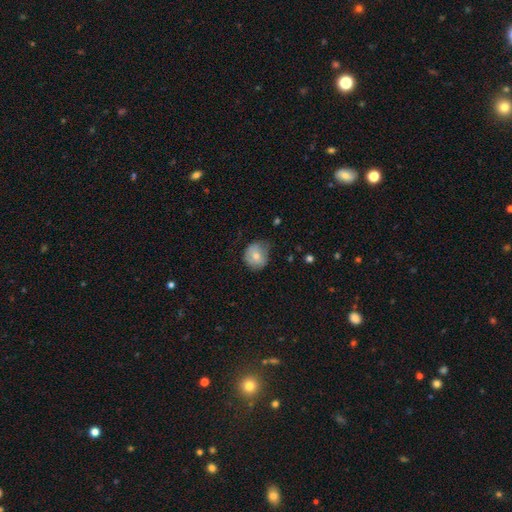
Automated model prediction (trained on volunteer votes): Smooth or featured: smooth — 69% (featured or disk — 22%)
How rounded: round — 75% (in between — 24%)
Merging: none — 52% (minor disturbance — 35%)